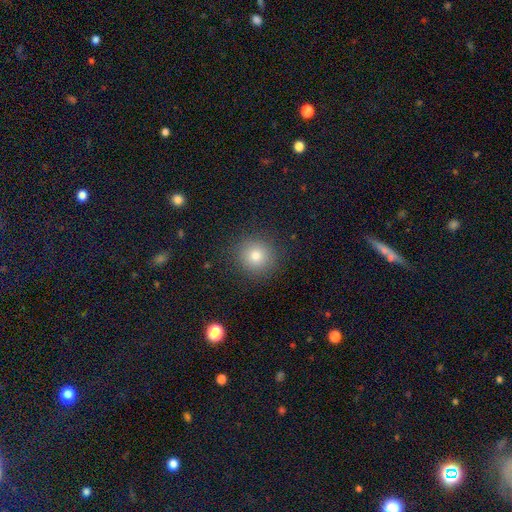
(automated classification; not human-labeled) Smooth or featured? smooth (79%)
How rounded? round (93%)
Merging? none (89%)